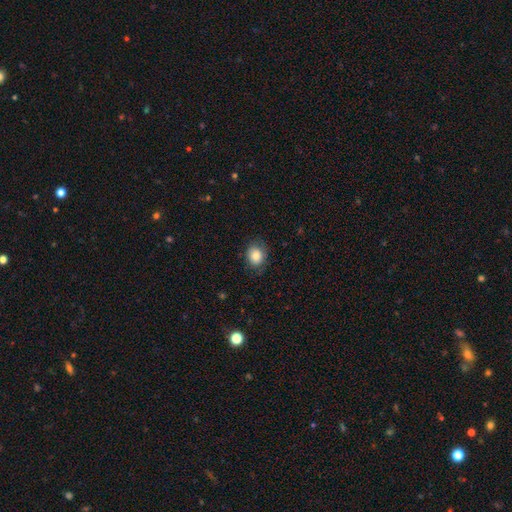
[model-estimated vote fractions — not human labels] Smooth or featured? Predicted: smooth (p=0.85). How rounded? Predicted: round (p=0.51). Merging? Predicted: none (p=0.77).